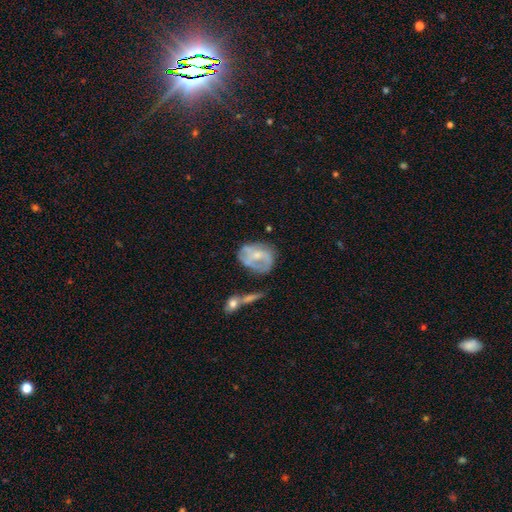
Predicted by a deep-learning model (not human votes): This is possibly a featured or disk galaxy (57%). It is clearly not viewed edge-on (96%). Bar: likely no (63%). Spiral arm pattern: possibly yes (54%). Central bulge: possibly small (49%). Merging: marginally none (44%).